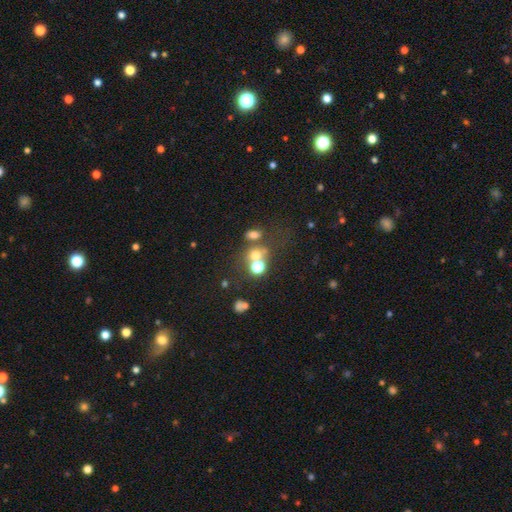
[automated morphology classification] Smooth or featured? Predicted: smooth (p=0.62). How rounded? Predicted: round (p=0.66). Merging? Predicted: none (p=0.44).